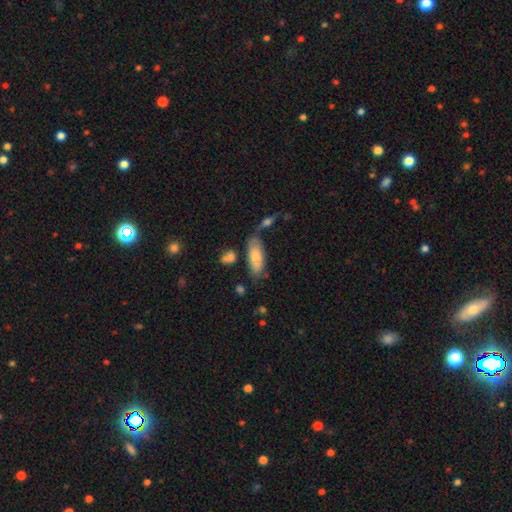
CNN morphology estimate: smooth-or-featured: smooth: 74% | featured or disk: 18% | star or artifact: 7%
  how-rounded: in between: 72% | cigar-shaped: 26% | round: 2%
  merging: none: 68% | minor disturbance: 17% | merger: 10% | major disturbance: 5%